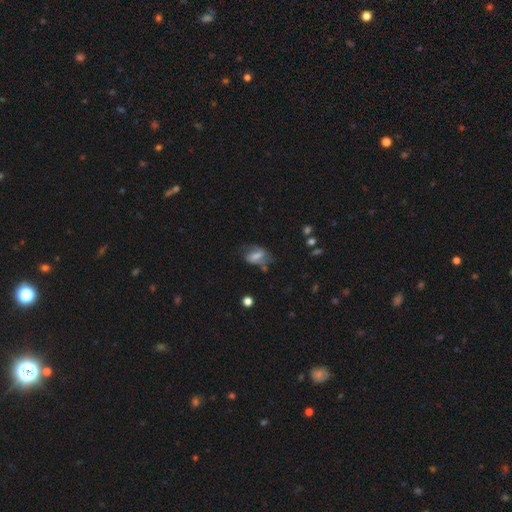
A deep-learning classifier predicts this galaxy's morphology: Smooth or featured: featured or disk — 46% (smooth — 44%)
Merging: none — 53% (minor disturbance — 27%)